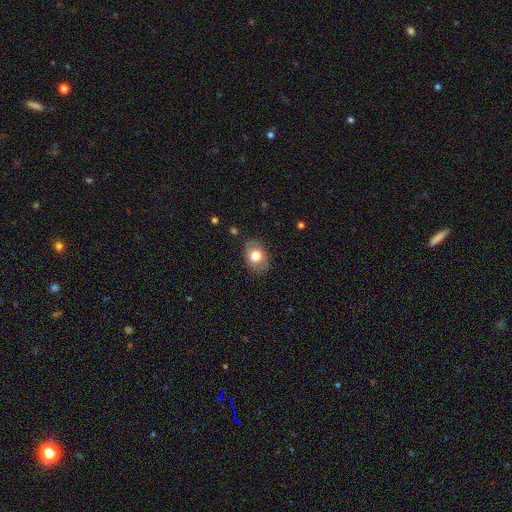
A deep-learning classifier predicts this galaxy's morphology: smooth-or-featured: smooth: 73% | featured or disk: 19% | star or artifact: 8%
  how-rounded: in between: 75% | round: 23% | cigar-shaped: 1%
  merging: none: 80% | minor disturbance: 15% | major disturbance: 4% | merger: 1%